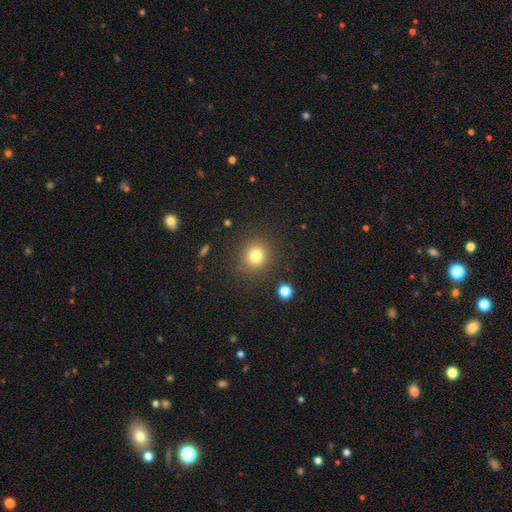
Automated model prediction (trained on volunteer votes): Smooth or featured?
  - smooth: 79% *
  - star or artifact: 13%
  - featured or disk: 7%
How rounded?
  - round: 89% *
  - in between: 10%
  - cigar-shaped: 1%
Merging?
  - none: 88% *
  - minor disturbance: 7%
  - major disturbance: 3%
  - merger: 2%